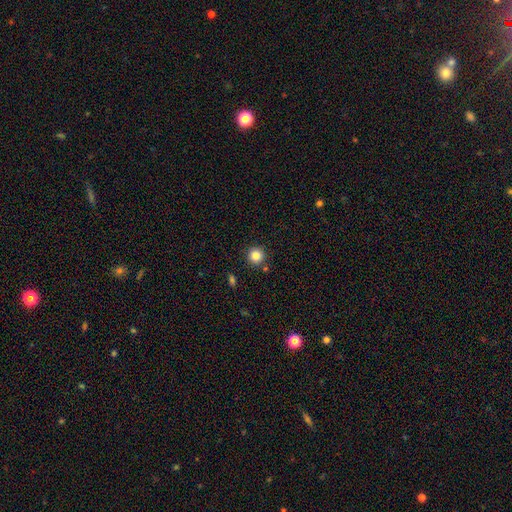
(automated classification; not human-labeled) smooth-or-featured: smooth: 83% | star or artifact: 11% | featured or disk: 5%
  how-rounded: round: 95% | in between: 4% | cigar-shaped: 1%
  merging: none: 88% | minor disturbance: 6% | merger: 4% | major disturbance: 2%